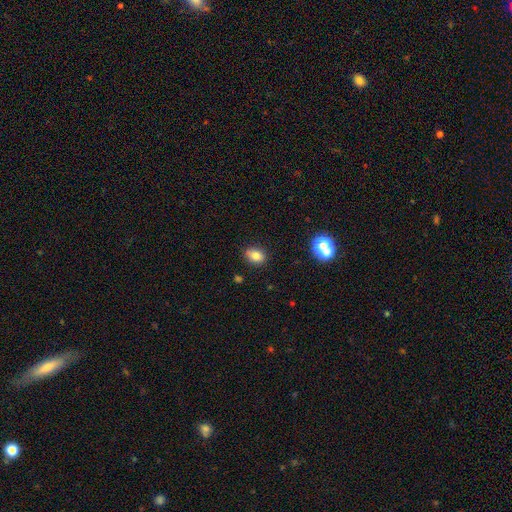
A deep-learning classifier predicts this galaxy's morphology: Smooth or featured: smooth — 81% (star or artifact — 12%)
How rounded: in between — 63% (round — 36%)
Merging: none — 83% (minor disturbance — 12%)